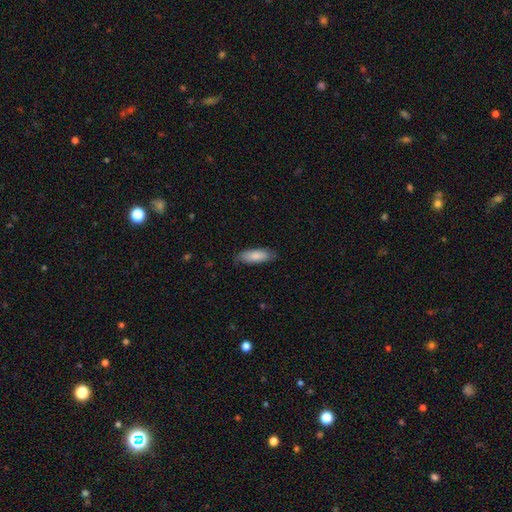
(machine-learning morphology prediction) Smooth or featured: smooth — 84% (featured or disk — 10%)
How rounded: in between — 65% (cigar-shaped — 33%)
Merging: none — 82% (minor disturbance — 14%)